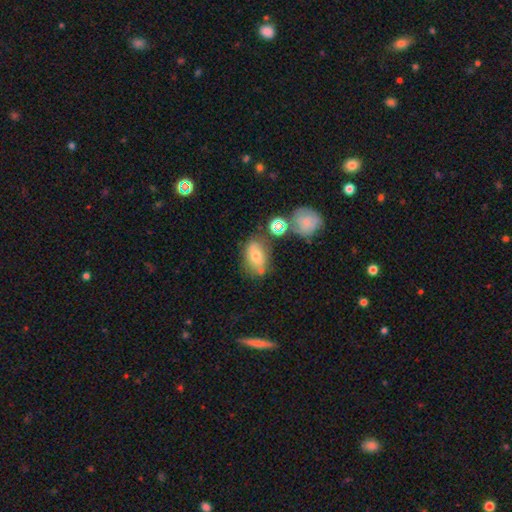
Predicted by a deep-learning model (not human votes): Smooth or featured? Predicted: smooth (p=0.62). How rounded? Predicted: in between (p=0.79). Merging? Predicted: none (p=0.55).